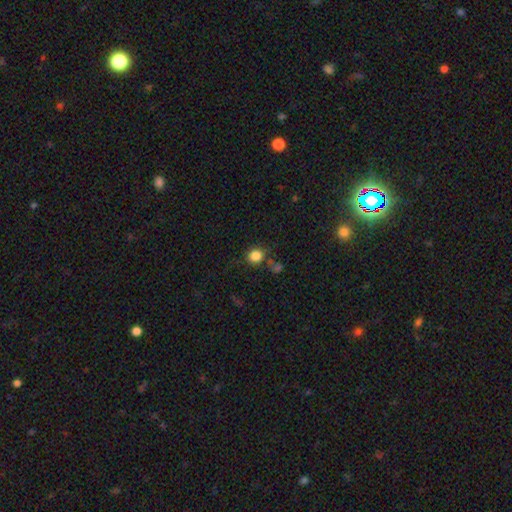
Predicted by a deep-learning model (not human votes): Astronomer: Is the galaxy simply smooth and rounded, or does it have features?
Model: smooth — 83%.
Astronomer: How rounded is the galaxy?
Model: round — 78%.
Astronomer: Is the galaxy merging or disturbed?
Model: none — 71%.